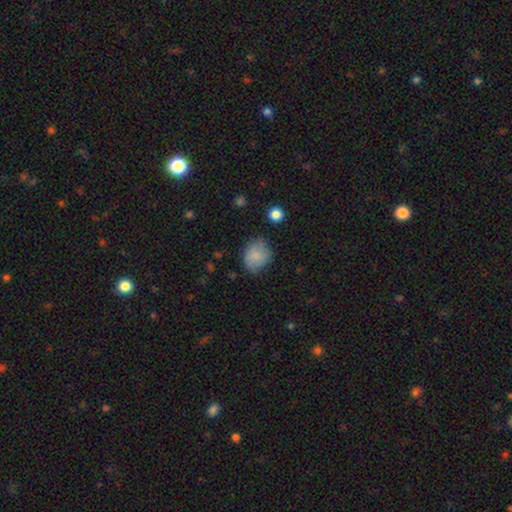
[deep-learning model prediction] Smooth or featured? smooth (80%)
How rounded? in between (50%)
Merging? none (67%)